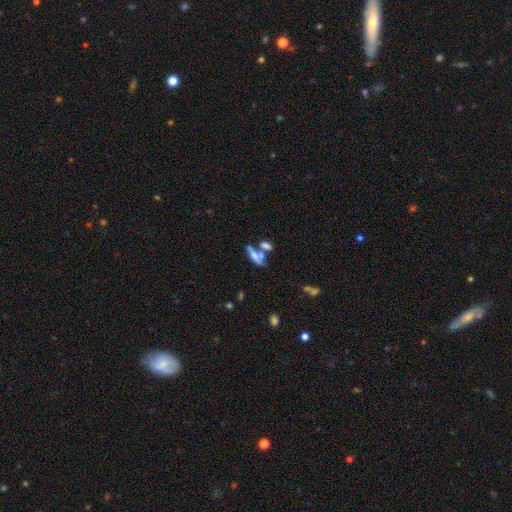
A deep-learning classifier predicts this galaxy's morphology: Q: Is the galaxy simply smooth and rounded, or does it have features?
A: smooth — 54%.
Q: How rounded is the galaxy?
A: in between — 65%.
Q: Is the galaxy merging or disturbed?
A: merger — 50%.